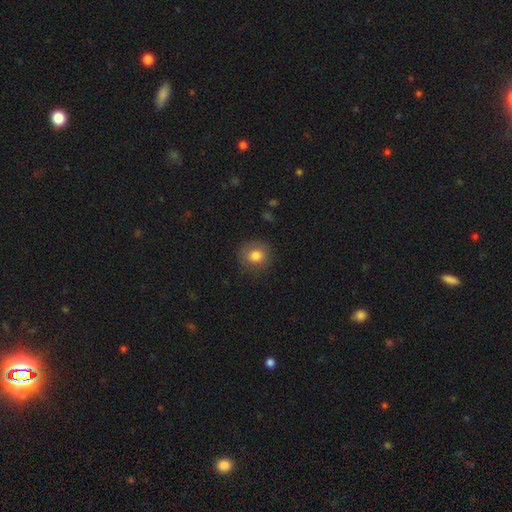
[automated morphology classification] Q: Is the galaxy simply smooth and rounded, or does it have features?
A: smooth — 80%.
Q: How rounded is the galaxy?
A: round — 87%.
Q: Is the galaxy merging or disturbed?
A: none — 83%.